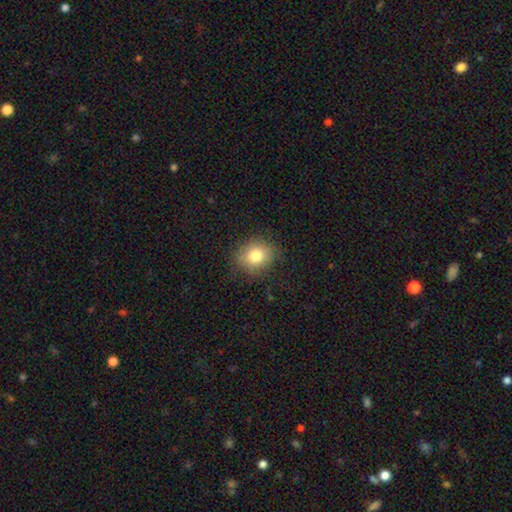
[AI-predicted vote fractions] Q: Smooth or featured?
A: smooth (79%); runner-up: star or artifact (11%)
Q: How rounded?
A: round (72%); runner-up: in between (27%)
Q: Merging?
A: none (81%); runner-up: minor disturbance (13%)